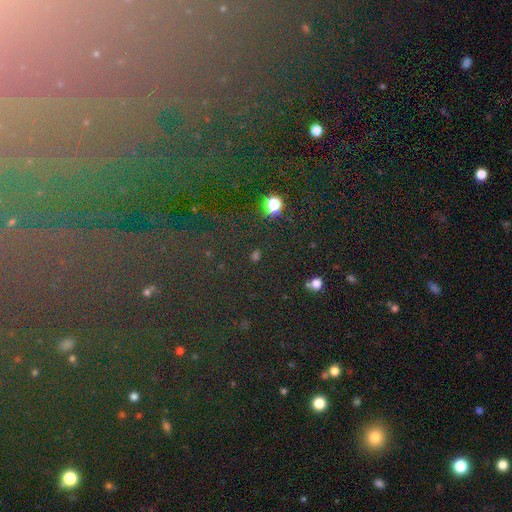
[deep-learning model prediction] star or artifact 56%, smooth 36%, featured or disk 8%.